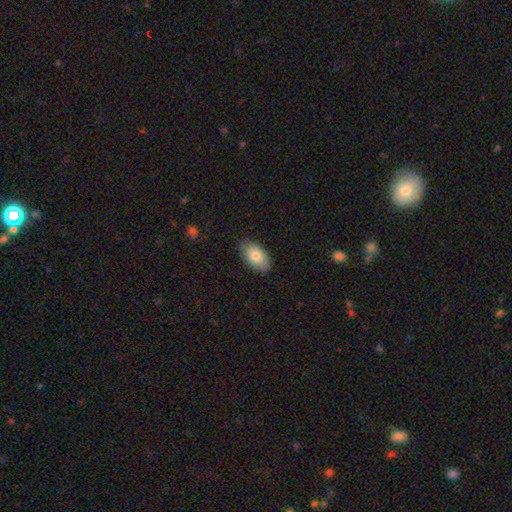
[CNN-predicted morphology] Smooth or featured? smooth (81%)
How rounded? in between (94%)
Merging? none (86%)